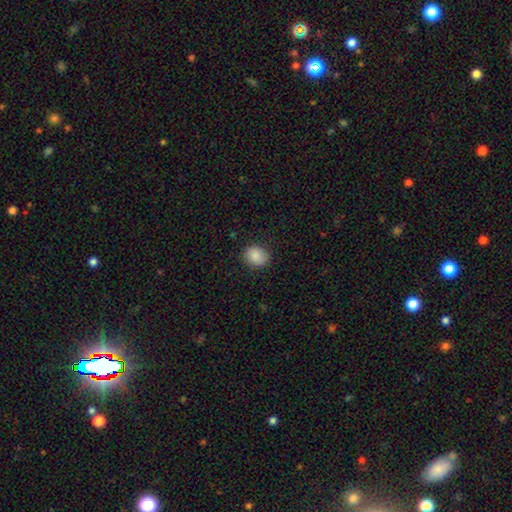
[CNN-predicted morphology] Q: Smooth or featured?
A: smooth (86%); runner-up: star or artifact (8%)
Q: How rounded?
A: round (60%); runner-up: in between (39%)
Q: Merging?
A: none (85%); runner-up: minor disturbance (11%)